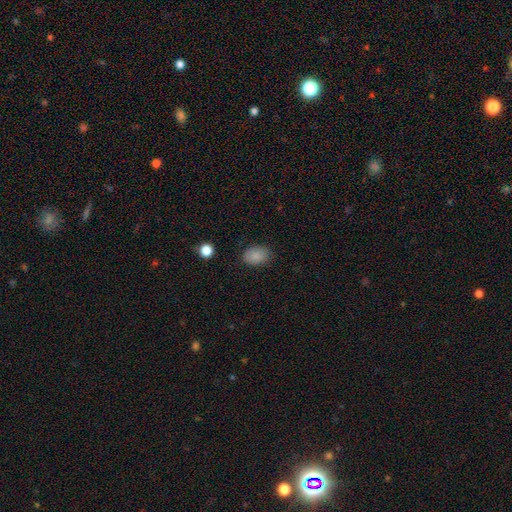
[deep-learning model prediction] Overall: smooth (86%). How rounded: in between (78%). Merging: none (81%).